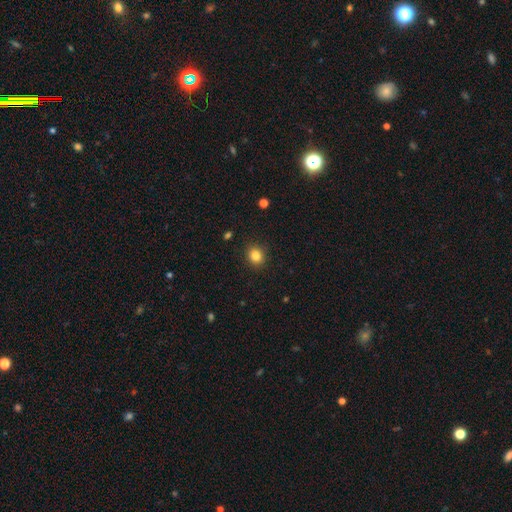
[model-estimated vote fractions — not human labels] This is clearly a smooth galaxy (84%). How rounded: likely round (75%). Merging: clearly none (90%).